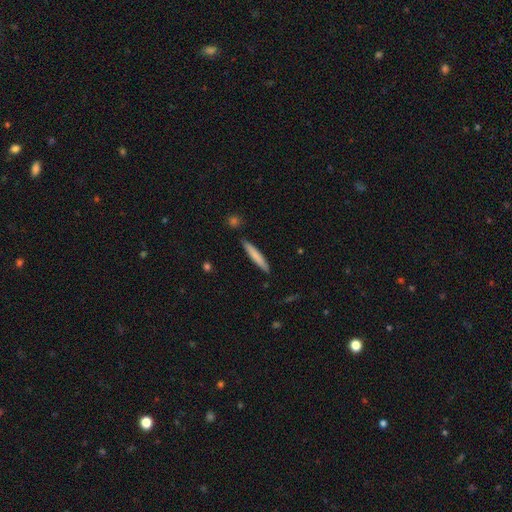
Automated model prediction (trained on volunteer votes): smooth_or_featured: smooth (p=0.76) [alt: featured or disk p=0.19]
how_rounded: cigar-shaped (p=0.94) [alt: in between p=0.05]
merging: none (p=0.88) [alt: minor disturbance p=0.08]